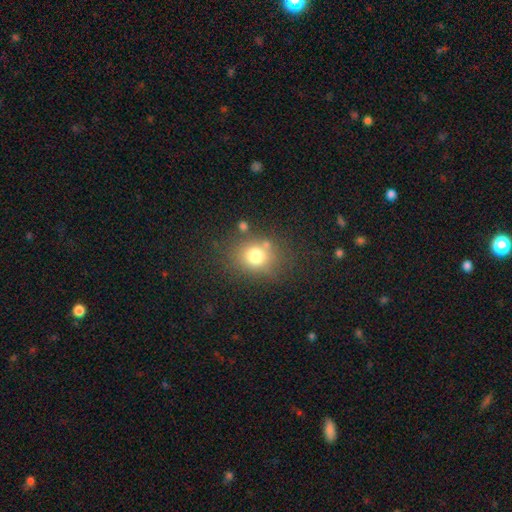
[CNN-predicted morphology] Smooth or featured: smooth — 76% (star or artifact — 13%)
How rounded: round — 67% (in between — 32%)
Merging: none — 70% (minor disturbance — 14%)